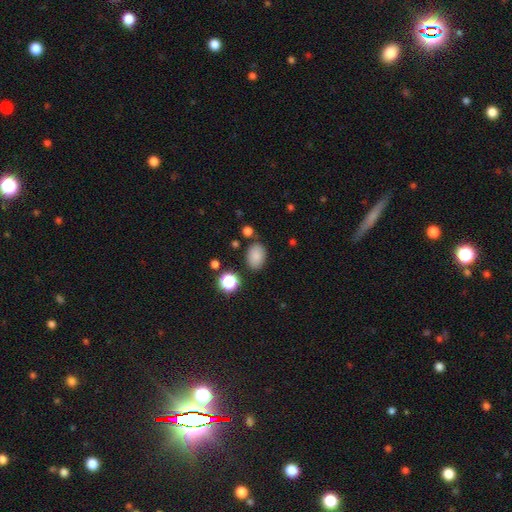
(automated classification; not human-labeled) Smooth or featured? smooth (84%)
How rounded? in between (79%)
Merging? none (80%)